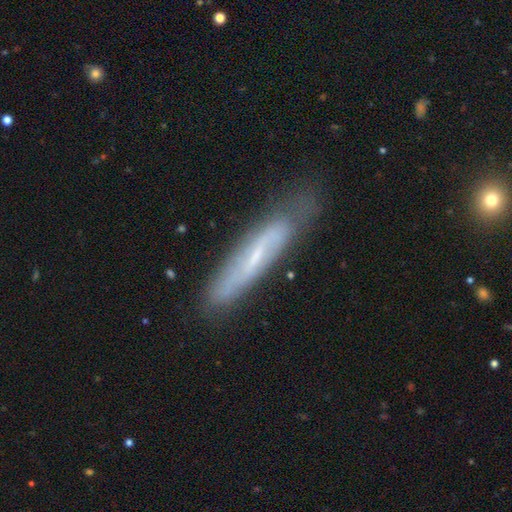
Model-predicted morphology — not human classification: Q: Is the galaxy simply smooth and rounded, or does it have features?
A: featured or disk — 61%.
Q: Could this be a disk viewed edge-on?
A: no — 51%.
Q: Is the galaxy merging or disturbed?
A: none — 71%.